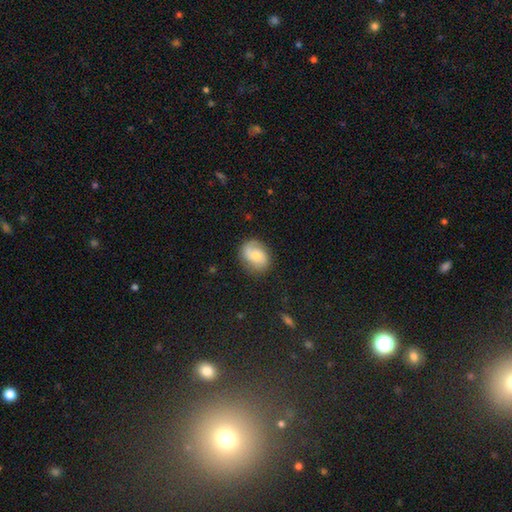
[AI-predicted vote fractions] Morphology: type=smooth (49%); merging=none (77%).